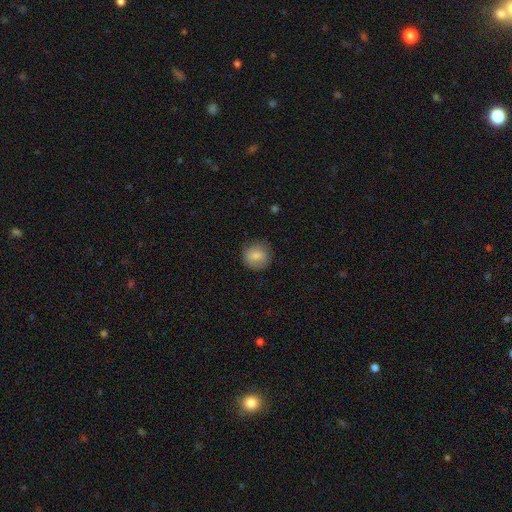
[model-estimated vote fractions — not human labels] Smooth or featured? smooth (81%)
How rounded? round (90%)
Merging? none (85%)